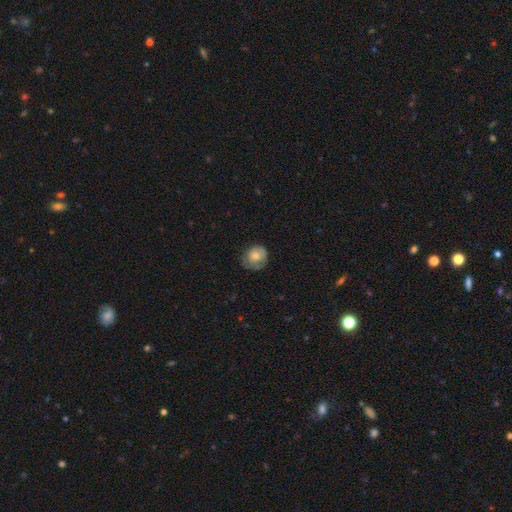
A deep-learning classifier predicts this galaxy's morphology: Q: Smooth or featured?
A: smooth (73%); runner-up: featured or disk (19%)
Q: How rounded?
A: round (78%); runner-up: in between (21%)
Q: Merging?
A: none (58%); runner-up: minor disturbance (29%)